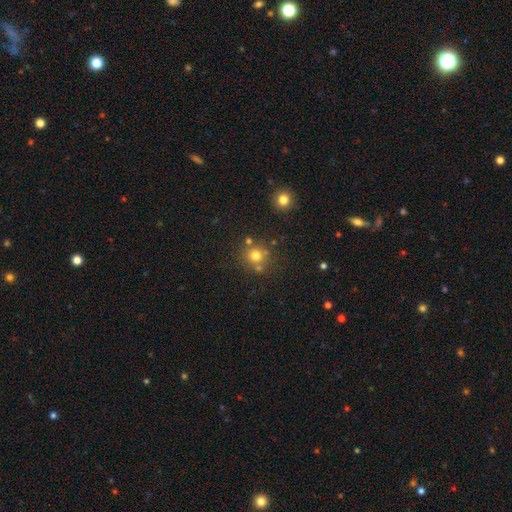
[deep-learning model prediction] smooth_or_featured: smooth (p=0.74) [alt: star or artifact p=0.16]
how_rounded: round (p=0.90) [alt: in between p=0.09]
merging: none (p=0.71) [alt: merger p=0.15]